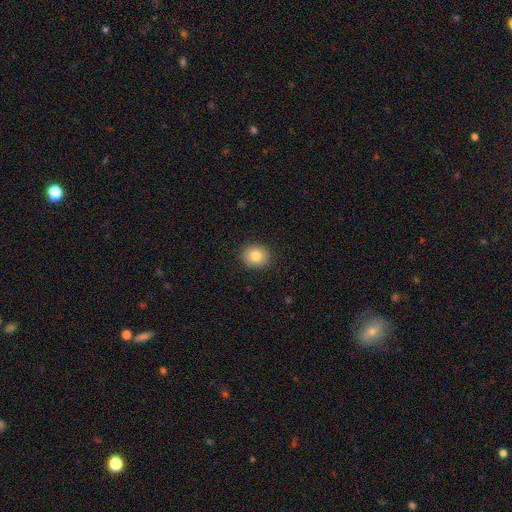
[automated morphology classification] Overall: smooth (83%). How rounded: round (76%). Merging: none (90%).